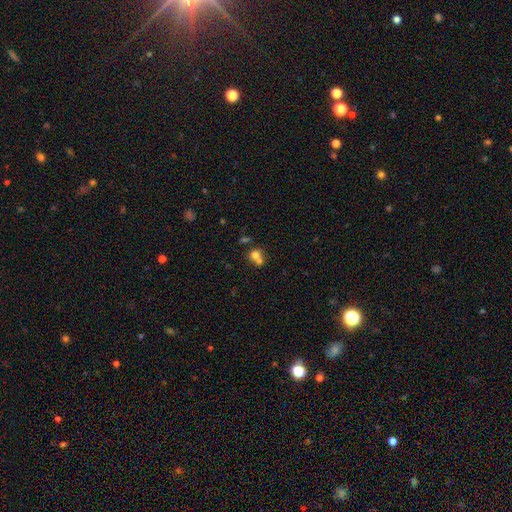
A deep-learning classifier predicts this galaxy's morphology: A smooth galaxy with no disk features (71%) that is round (74%). Merging: merger (58%).